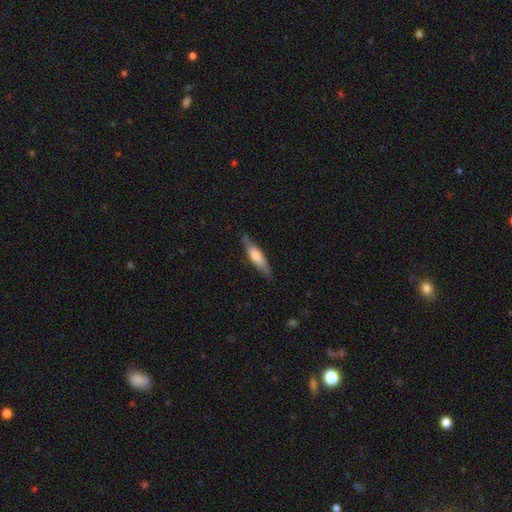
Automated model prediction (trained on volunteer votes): Smooth or featured? Predicted: smooth (p=0.57). How rounded? Predicted: cigar-shaped (p=0.75). Merging? Predicted: none (p=0.77).